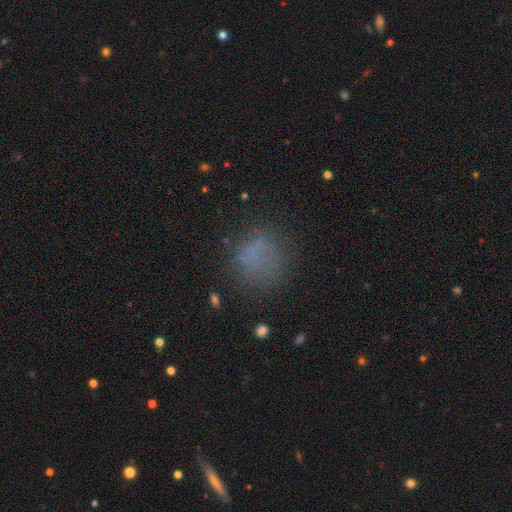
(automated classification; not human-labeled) Smooth or featured? smooth (63%)
How rounded? round (81%)
Merging? none (65%)